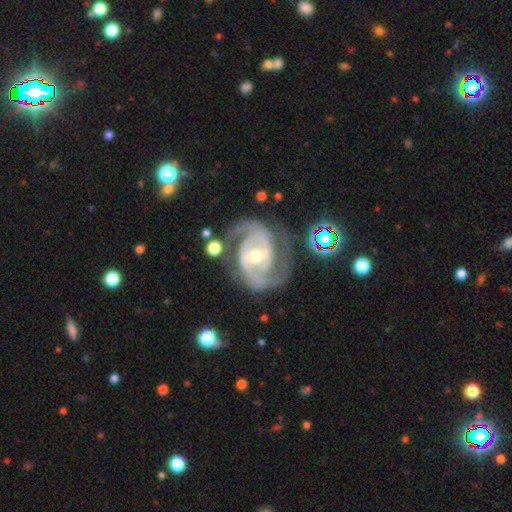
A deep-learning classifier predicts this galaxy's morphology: Overall: featured or disk (92%). Edge-on disk: no (98%). Bar: weak (42%; no 31%). Spiral arms: yes (98%). Spiral arm count: 2 (85%). Spiral winding: medium (49%; tight 42%). Bulge size: moderate (62%; small 33%). Merging: none (69%).